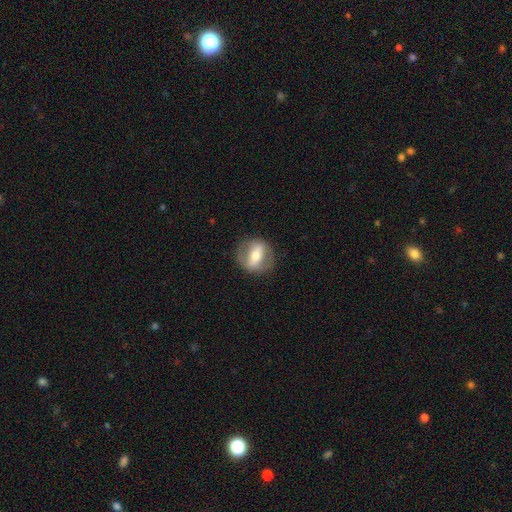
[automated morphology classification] This appears to be a featured or disk galaxy (59%). Merging: none (81%).